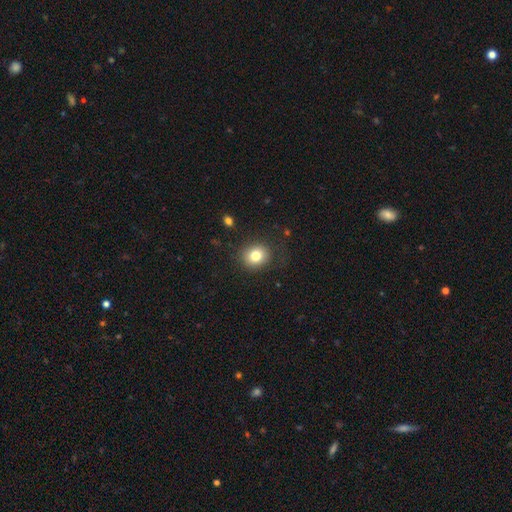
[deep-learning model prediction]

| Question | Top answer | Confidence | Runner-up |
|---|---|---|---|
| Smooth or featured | smooth | 80% | star or artifact (11%) |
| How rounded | round | 74% | in between (26%) |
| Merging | none | 82% | minor disturbance (12%) |